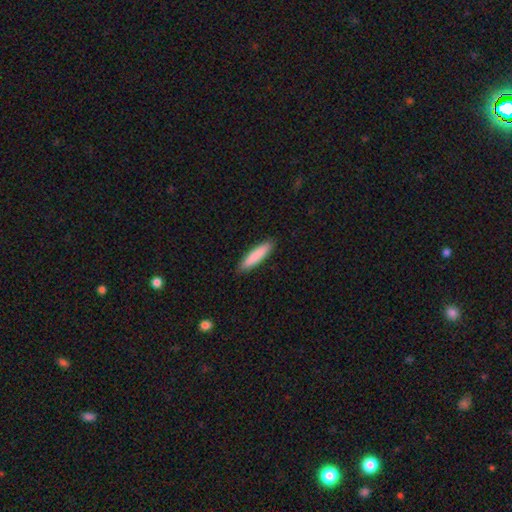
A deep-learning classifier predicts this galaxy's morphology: A smooth galaxy with no disk features (86%) that is cigar-shaped (80%).

Vote fractions:
- Smooth or featured? smooth: 86% / featured or disk: 9% / star or artifact: 5%
- How rounded? cigar-shaped: 80% / in between: 19% / round: 1%
- Merging? none: 90% / minor disturbance: 8% / major disturbance: 2% / merger: 1%